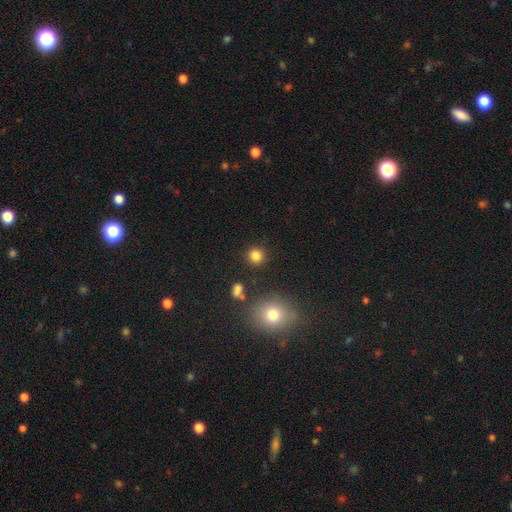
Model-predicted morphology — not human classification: type=smooth (83%); roundness=round (91%); merging=none (88%).